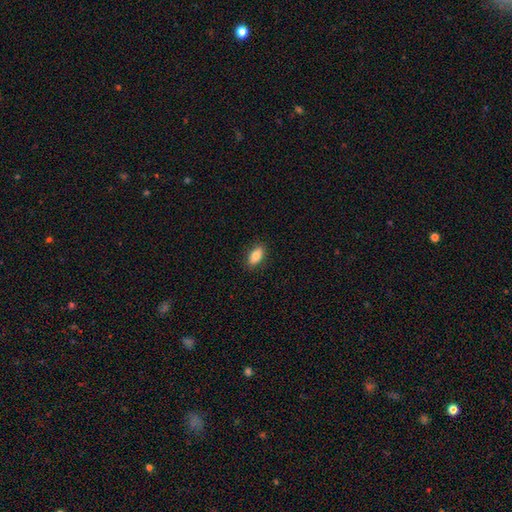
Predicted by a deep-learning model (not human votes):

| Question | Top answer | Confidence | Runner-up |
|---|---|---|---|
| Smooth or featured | smooth | 83% | featured or disk (10%) |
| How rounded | in between | 91% | cigar-shaped (5%) |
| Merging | none | 88% | minor disturbance (9%) |